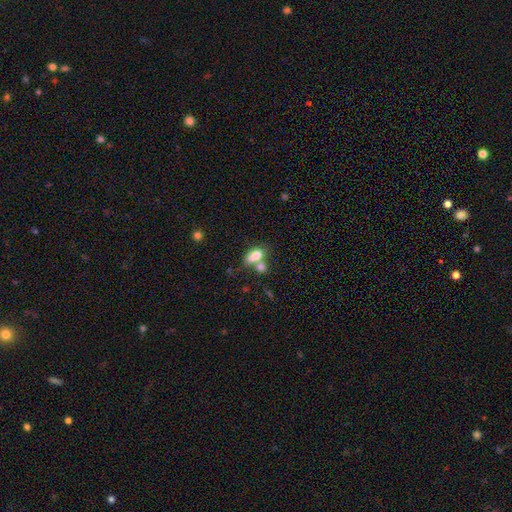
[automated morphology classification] The model was most divided on "merging": merger: 49%, none: 33%, minor disturbance: 11%, major disturbance: 6%. More confident: how rounded — in between (84%); smooth or featured — smooth (77%).